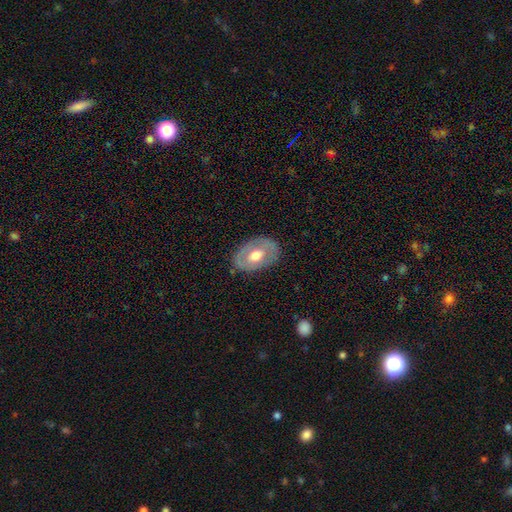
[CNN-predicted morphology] Overall: featured or disk (50%; smooth 45%). Merging: none (79%).